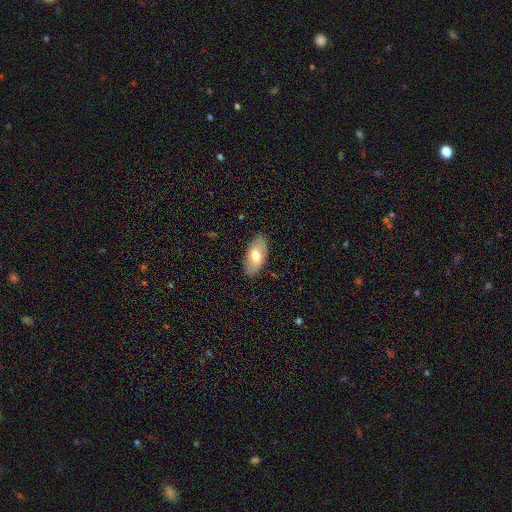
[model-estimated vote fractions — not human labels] This appears to be a smooth galaxy with no disk features (68%) that is in between round and cigar-shaped (93%). Merging: none (86%).